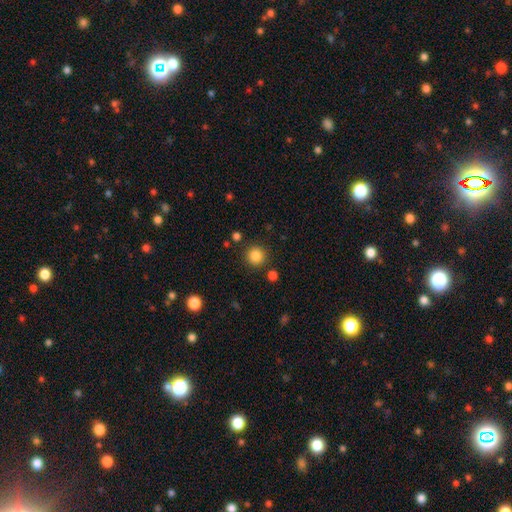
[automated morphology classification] Smooth or featured?
  - smooth: 85% *
  - star or artifact: 11%
  - featured or disk: 4%
How rounded?
  - round: 94% *
  - in between: 5%
  - cigar-shaped: 1%
Merging?
  - none: 88% *
  - minor disturbance: 6%
  - merger: 3%
  - major disturbance: 3%